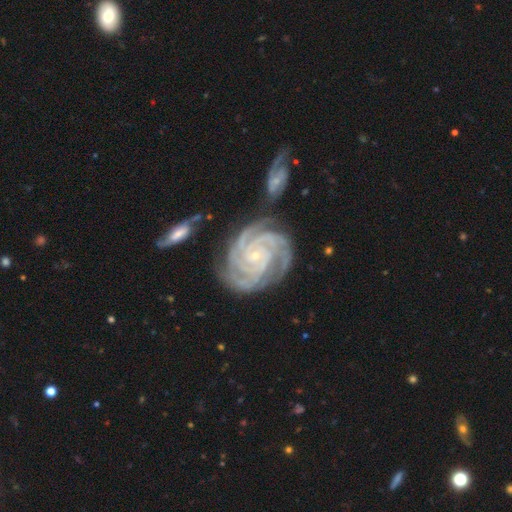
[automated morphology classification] A featured or disk galaxy (93%) with no bar (70%), 4 (37%) tight (82%) spiral arms (99%) and a small central bulge (86%). Merging: none (59%).